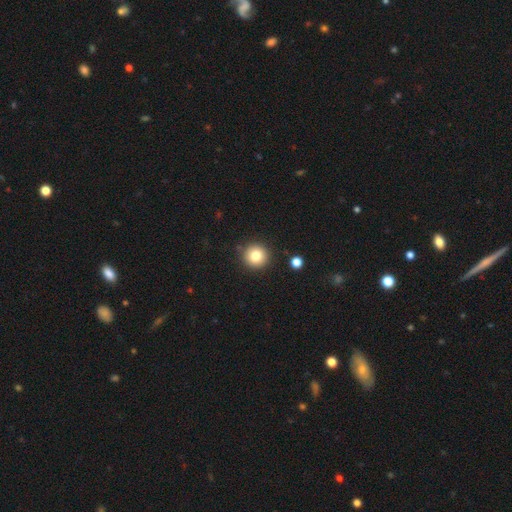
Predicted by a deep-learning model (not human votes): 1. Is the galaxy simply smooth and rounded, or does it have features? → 80% smooth, 11% star or artifact, 8% featured or disk.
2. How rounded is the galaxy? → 95% round, 4% in between, 1% cigar-shaped.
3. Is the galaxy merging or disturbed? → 89% none, 6% minor disturbance, 3% merger, 2% major disturbance.